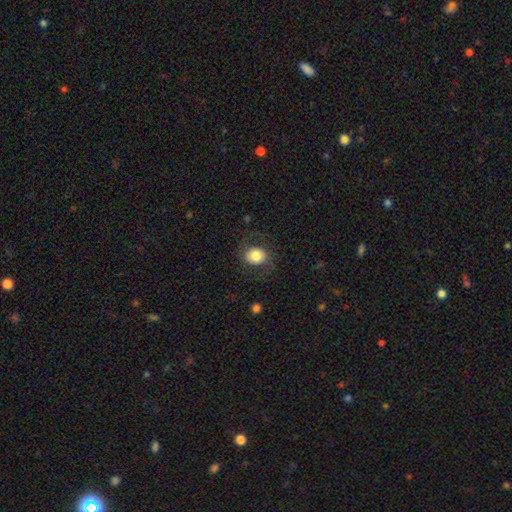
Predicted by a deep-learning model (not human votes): Smooth or featured?
  - smooth: 72% *
  - featured or disk: 19%
  - star or artifact: 8%
How rounded?
  - round: 59% *
  - in between: 40%
  - cigar-shaped: 1%
Merging?
  - none: 74% *
  - minor disturbance: 15%
  - major disturbance: 10%
  - merger: 1%